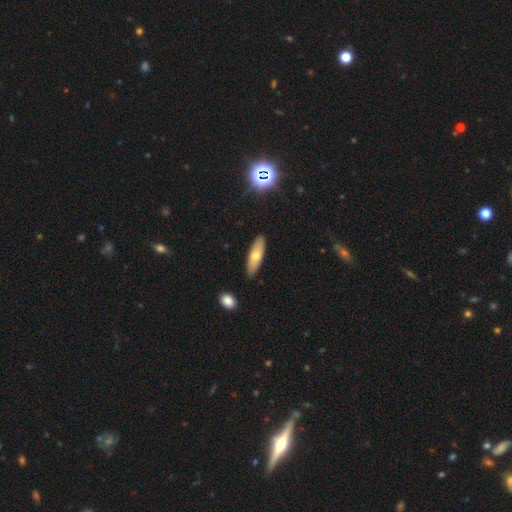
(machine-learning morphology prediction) smooth-or-featured: smooth: 68% | featured or disk: 24% | star or artifact: 7%
  how-rounded: in between: 49% (tied) | cigar-shaped: 49% (tied) | round: 2%
  merging: none: 87% | minor disturbance: 9% | major disturbance: 2% | merger: 2%